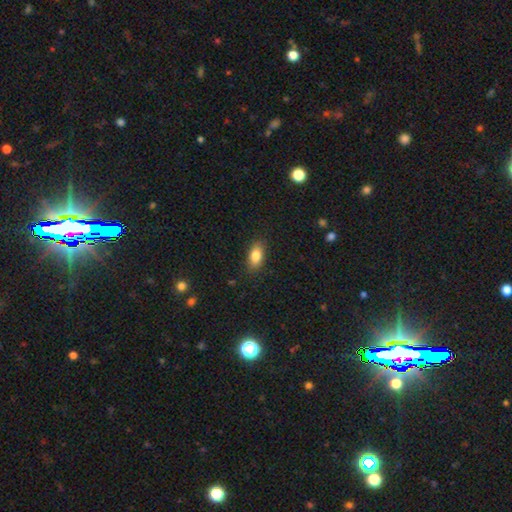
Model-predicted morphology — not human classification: The model was most divided on "smooth or featured": smooth: 83%, featured or disk: 9%, star or artifact: 8%. More confident: how rounded — in between (88%); merging — none (86%).